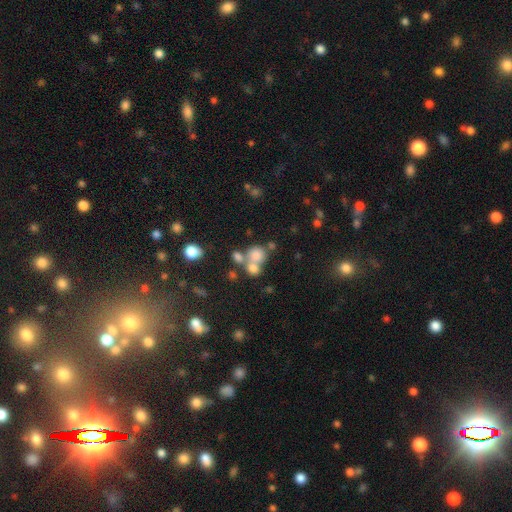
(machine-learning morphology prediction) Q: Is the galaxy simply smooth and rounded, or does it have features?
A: smooth — 71%.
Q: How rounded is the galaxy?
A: round — 79%.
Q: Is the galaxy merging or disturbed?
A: merger — 49%.